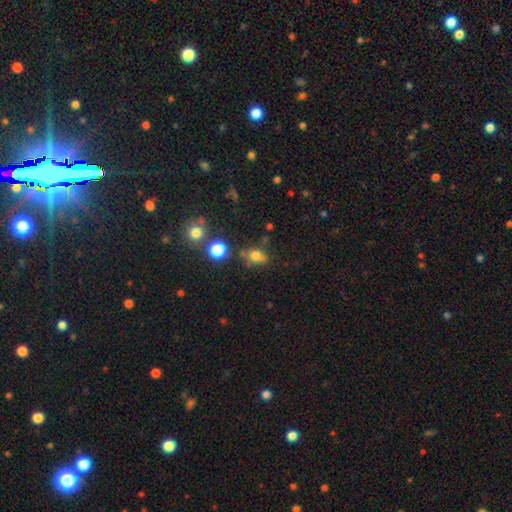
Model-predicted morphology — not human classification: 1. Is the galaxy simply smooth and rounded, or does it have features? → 71% smooth, 16% star or artifact, 12% featured or disk.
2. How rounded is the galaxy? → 60% in between, 37% round, 2% cigar-shaped.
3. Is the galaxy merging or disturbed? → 58% none, 22% minor disturbance, 12% merger, 8% major disturbance.